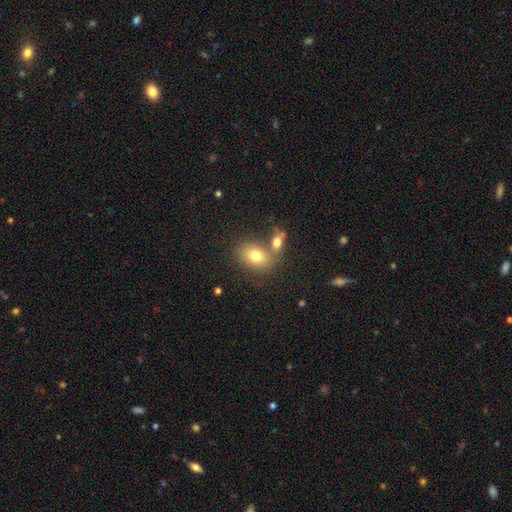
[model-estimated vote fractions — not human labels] Smooth or featured? smooth (77%)
How rounded? in between (76%)
Merging? none (49%)